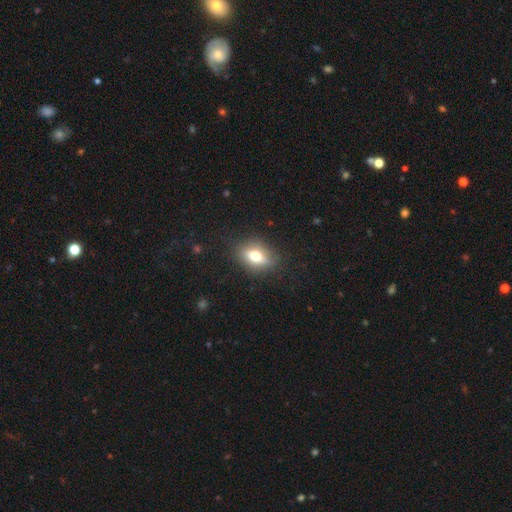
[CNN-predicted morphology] Smooth or featured?
  - smooth: 61% *
  - featured or disk: 29%
  - star or artifact: 10%
How rounded?
  - in between: 71% *
  - round: 22%
  - cigar-shaped: 7%
Merging?
  - none: 83% *
  - minor disturbance: 12%
  - major disturbance: 4%
  - merger: 1%